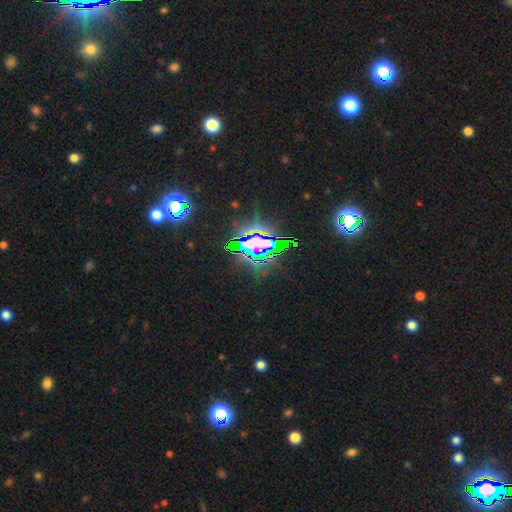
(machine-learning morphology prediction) smooth-or-featured: star or artifact: 77% | featured or disk: 12% | smooth: 11%